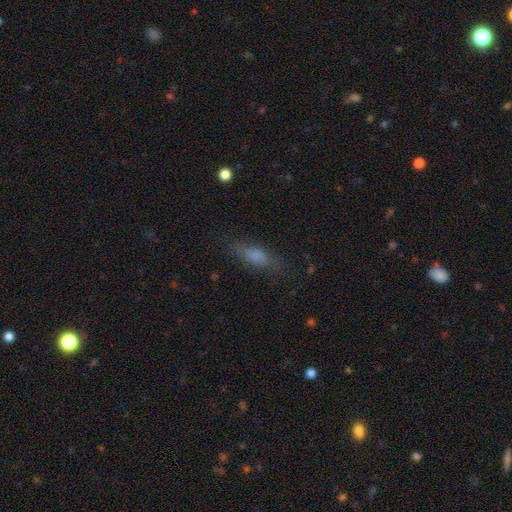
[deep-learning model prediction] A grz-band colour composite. It shows a smooth galaxy with no disk features (74%) that is in between round and cigar-shaped (62%). Merging: none (75%).